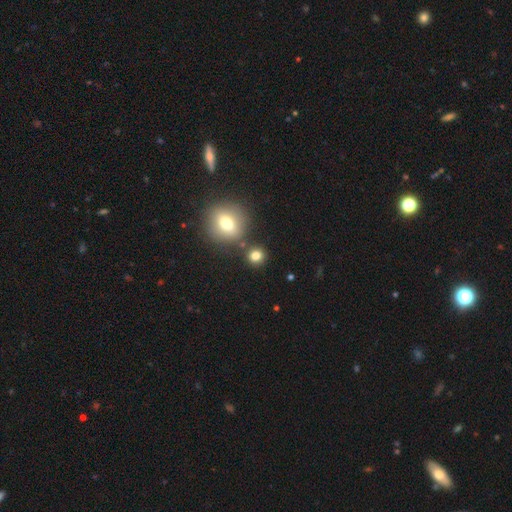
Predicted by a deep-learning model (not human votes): A smooth galaxy with no disk features (80%) that is round (86%).

Vote fractions:
- Smooth or featured? smooth: 80% / star or artifact: 13% / featured or disk: 7%
- How rounded? round: 86% / in between: 12% / cigar-shaped: 1%
- Merging? none: 79% / merger: 10% / minor disturbance: 8% / major disturbance: 3%